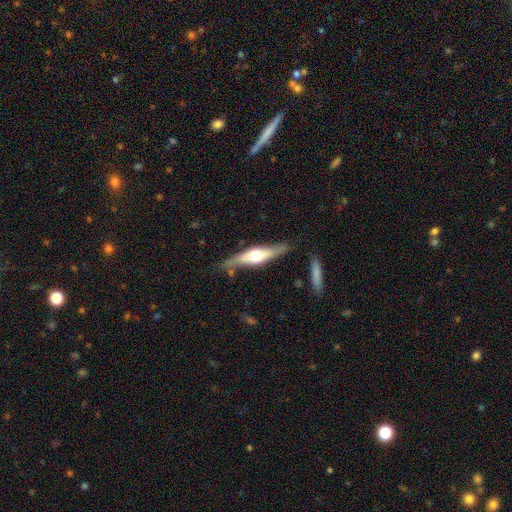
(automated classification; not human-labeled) Smooth or featured? featured or disk (64%)
Edge-on disk? yes (92%)
Edge-on bulge? rounded (91%)
Merging? none (78%)